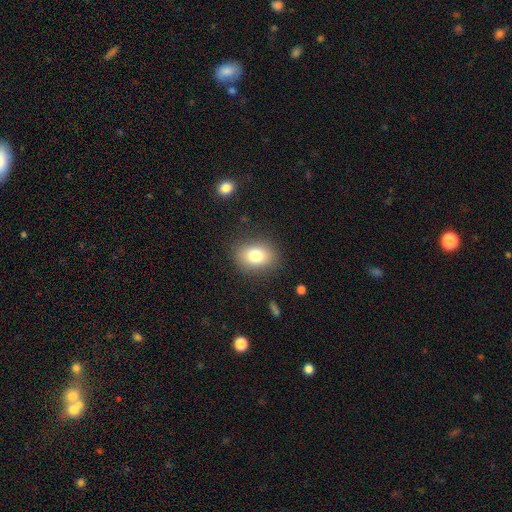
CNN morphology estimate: A smooth galaxy with no disk features (79%) that is in between round and cigar-shaped (61%). Merging: none (85%).